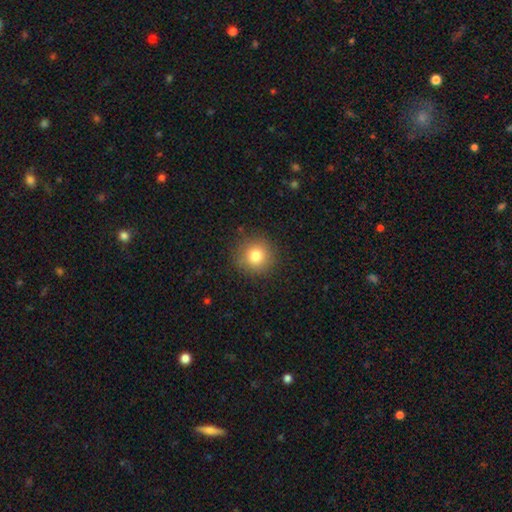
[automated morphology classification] Smooth or featured?
  - smooth: 80% *
  - star or artifact: 11%
  - featured or disk: 8%
How rounded?
  - round: 94% *
  - in between: 6%
  - cigar-shaped: 1%
Merging?
  - none: 88% *
  - minor disturbance: 8%
  - major disturbance: 3%
  - merger: 1%